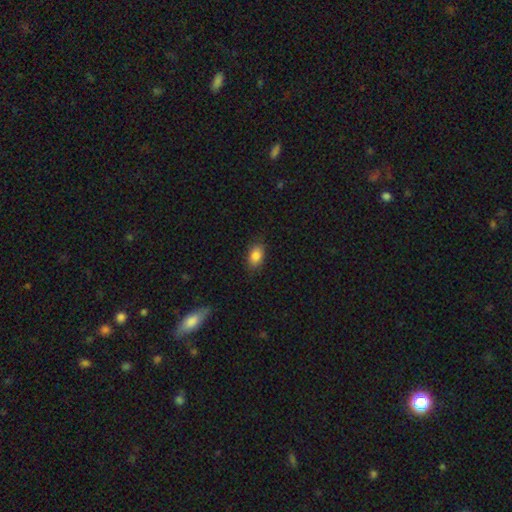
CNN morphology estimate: type=smooth (86%); roundness=in between (88%); merging=none (83%).